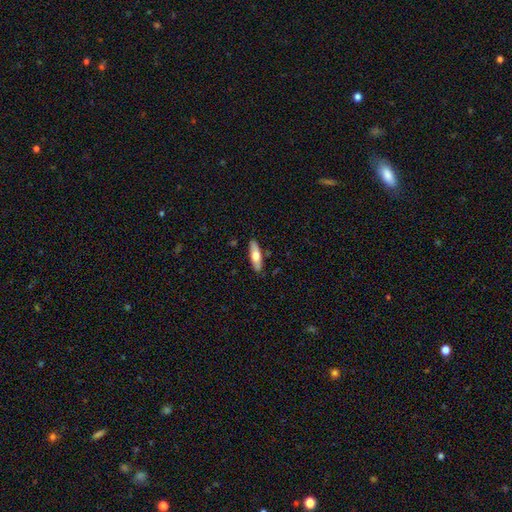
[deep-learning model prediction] smooth 62%, featured or disk 32%, star or artifact 5%. Down the decision tree: how rounded — cigar-shaped (54%); merging — none (86%).